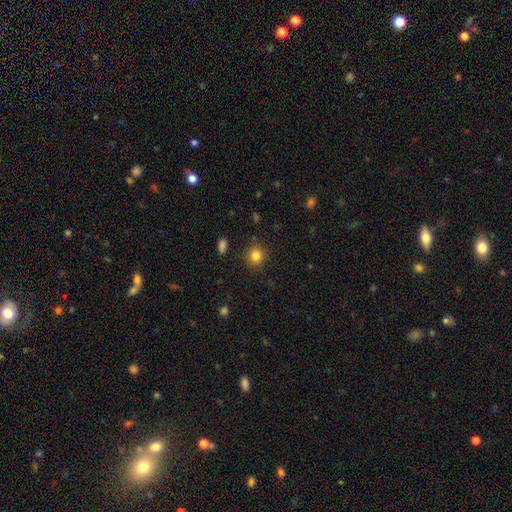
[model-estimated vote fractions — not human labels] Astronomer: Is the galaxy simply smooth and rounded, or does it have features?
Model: smooth — 83%.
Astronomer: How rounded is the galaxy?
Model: round — 84%.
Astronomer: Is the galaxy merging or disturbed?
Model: none — 87%.